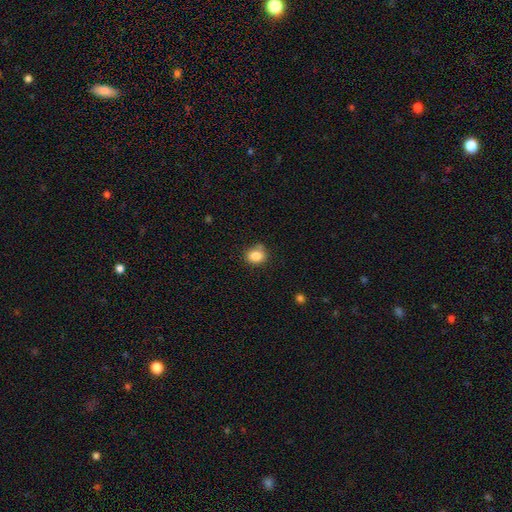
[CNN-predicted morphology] smooth_or_featured: smooth (p=0.84) [alt: star or artifact p=0.10]
how_rounded: round (p=0.59) [alt: in between p=0.40]
merging: none (p=0.73) [alt: minor disturbance p=0.17]